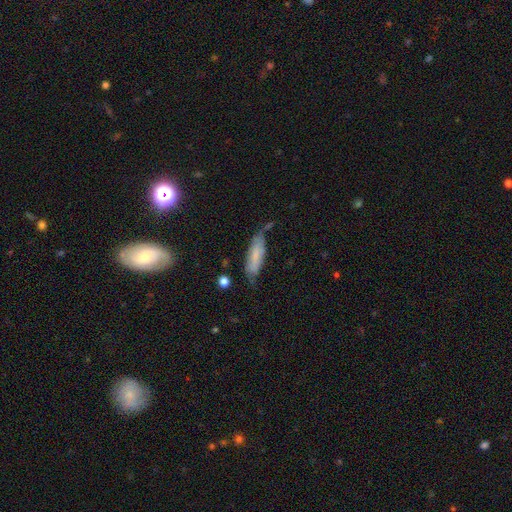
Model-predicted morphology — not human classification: smooth_or_featured: smooth (p=0.69) [alt: featured or disk p=0.24]
how_rounded: cigar-shaped (p=0.53) [alt: in between p=0.45]
merging: none (p=0.62) [alt: minor disturbance p=0.28]